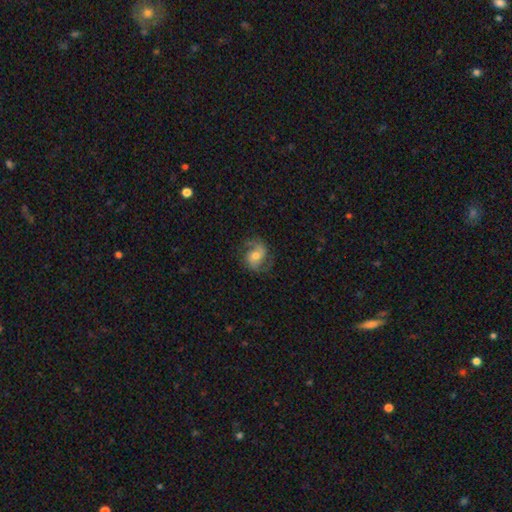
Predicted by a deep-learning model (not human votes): The model was most divided on "bar": no: 55%, weak: 36%, strong: 9%. More confident: edge-on disk — no (98%); spiral arms — yes (95%); spiral arm count — 2 (87%); smooth or featured — featured or disk (79%); merging — none (75%); bulge size — moderate (66%); spiral winding — medium (50%).